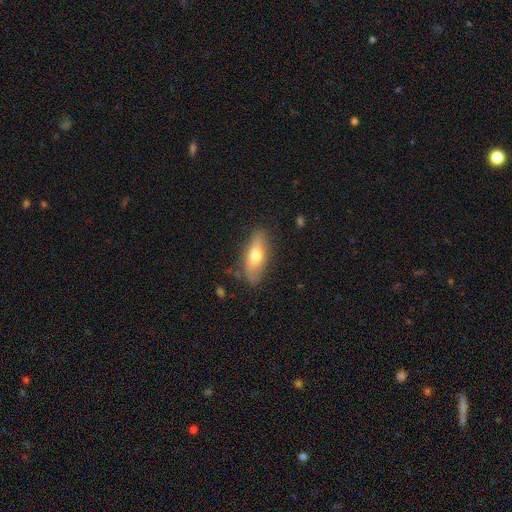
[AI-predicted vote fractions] A smooth galaxy with no disk features (62%) that is in between round and cigar-shaped (70%). Merging: none (78%).